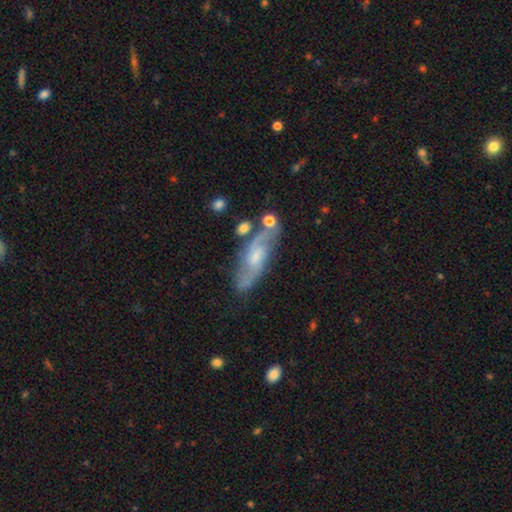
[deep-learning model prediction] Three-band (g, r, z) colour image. It shows a featured or disk galaxy (73%) with no bar (51%), 2 (78%) medium (47%) spiral arms (90%) and a small central bulge (51%). Merging: none (66%).